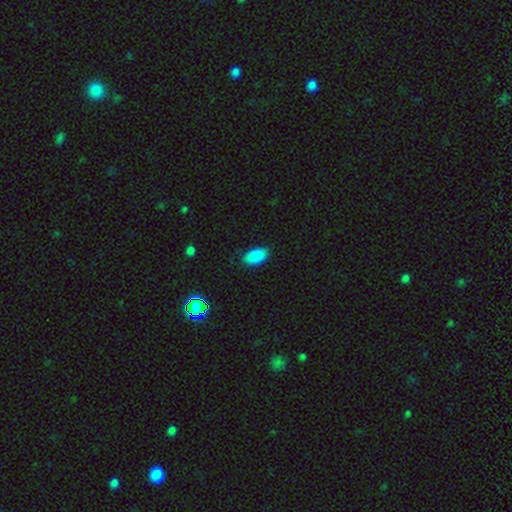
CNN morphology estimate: This is clearly a smooth galaxy (88%). How rounded: clearly in between (94%). Merging: clearly none (85%).